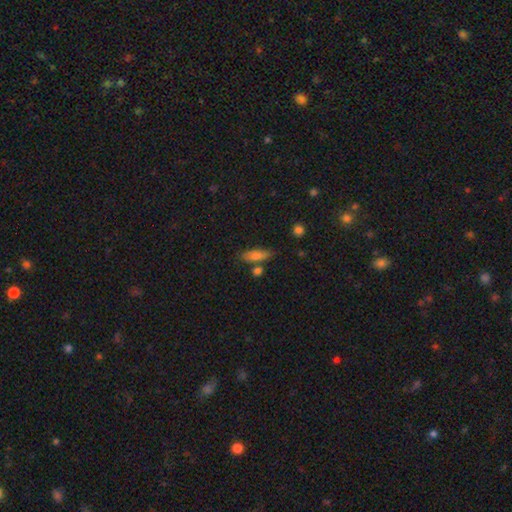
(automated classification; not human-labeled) This appears to be a smooth galaxy with no disk features (76%) that is in between round and cigar-shaped (49%). Merging: none (68%).